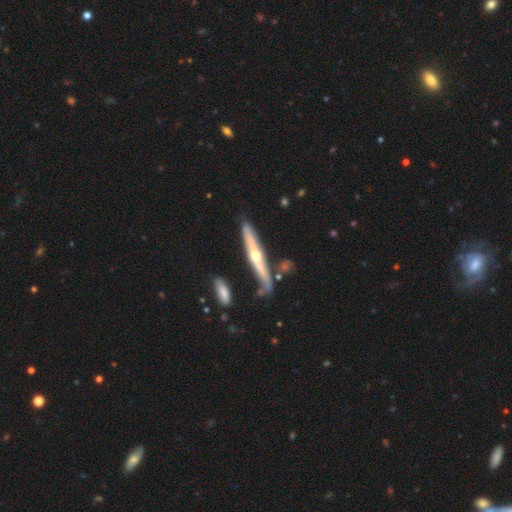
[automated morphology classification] Smooth or featured? featured or disk (69%)
Edge-on disk? yes (92%)
Edge-on bulge? rounded (88%)
Merging? none (76%)